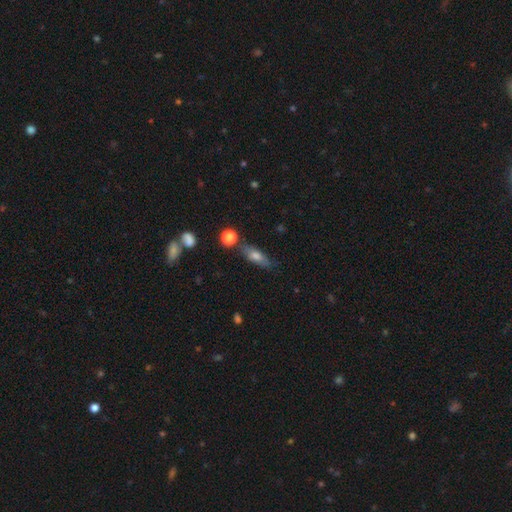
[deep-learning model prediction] This appears to be a smooth galaxy with no disk features (66%) that is in between round and cigar-shaped (59%). Merging: none (71%).